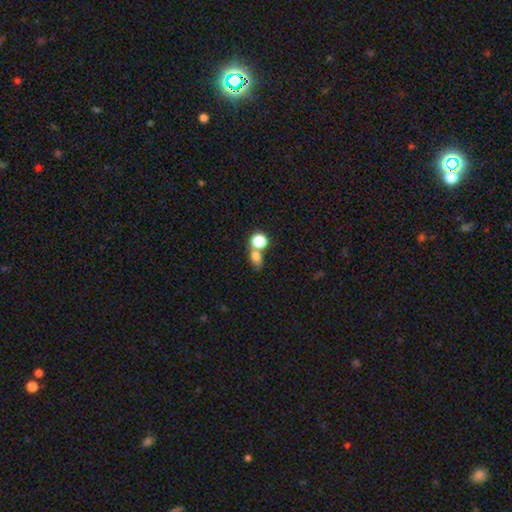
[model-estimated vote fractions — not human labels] Smooth or featured? Predicted: smooth (p=0.76). How rounded? Predicted: in between (p=0.51). Merging? Predicted: merger (p=0.46).